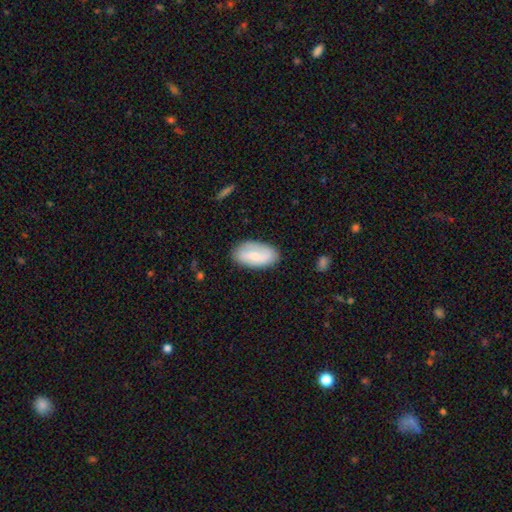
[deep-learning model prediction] A smooth galaxy with no disk features (65%) that is in between round and cigar-shaped (94%).

Vote fractions:
- Smooth or featured? smooth: 65% / featured or disk: 28% / star or artifact: 6%
- How rounded? in between: 94% / cigar-shaped: 3% / round: 3%
- Merging? none: 81% / minor disturbance: 15% / major disturbance: 3% / merger: 1%